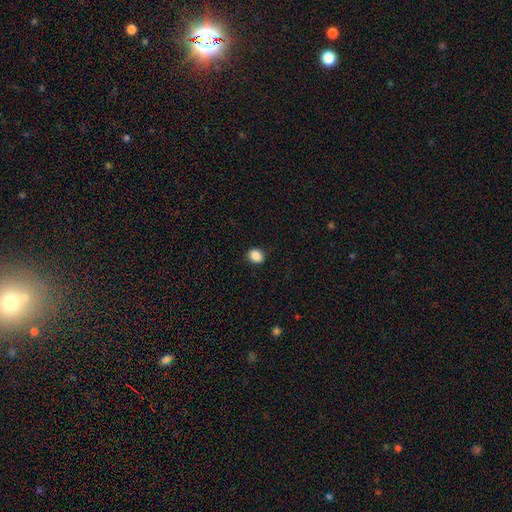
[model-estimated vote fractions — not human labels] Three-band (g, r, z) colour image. It shows a smooth galaxy with no disk features (88%) that is round (62%). Merging: none (89%).